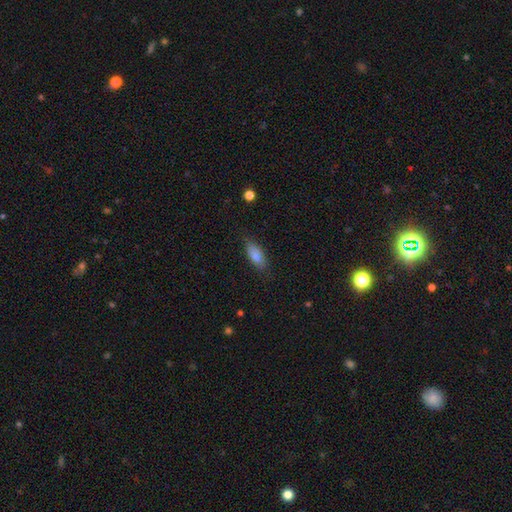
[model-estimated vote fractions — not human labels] Q: Smooth or featured?
A: smooth (74%); runner-up: featured or disk (18%)
Q: How rounded?
A: in between (76%); runner-up: cigar-shaped (21%)
Q: Merging?
A: none (80%); runner-up: minor disturbance (16%)